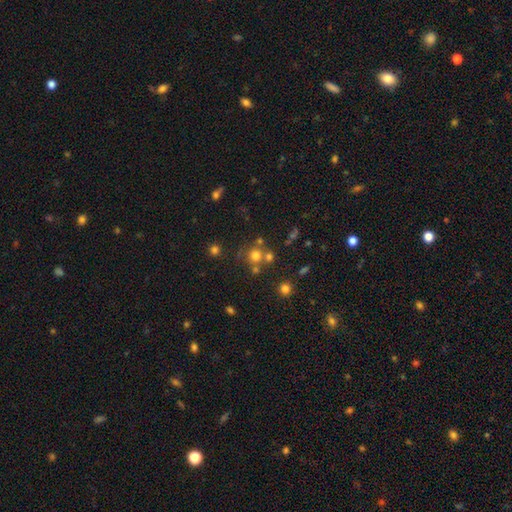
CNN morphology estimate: smooth_or_featured: smooth (p=0.69) [alt: star or artifact p=0.20]
how_rounded: round (p=0.90) [alt: in between p=0.09]
merging: none (p=0.62) [alt: merger p=0.25]